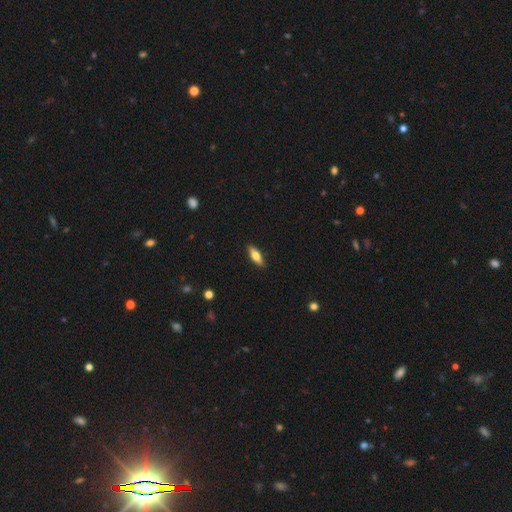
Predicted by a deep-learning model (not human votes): Q: Smooth or featured?
A: smooth (61%); runner-up: featured or disk (32%)
Q: How rounded?
A: in between (54%); runner-up: cigar-shaped (43%)
Q: Merging?
A: none (88%); runner-up: minor disturbance (9%)